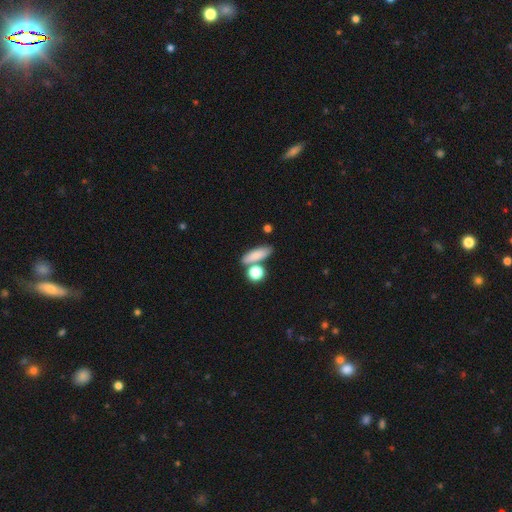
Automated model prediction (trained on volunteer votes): Q: Smooth or featured?
A: smooth (82%); runner-up: featured or disk (10%)
Q: How rounded?
A: in between (52%); runner-up: cigar-shaped (36%)
Q: Merging?
A: none (68%); runner-up: merger (16%)